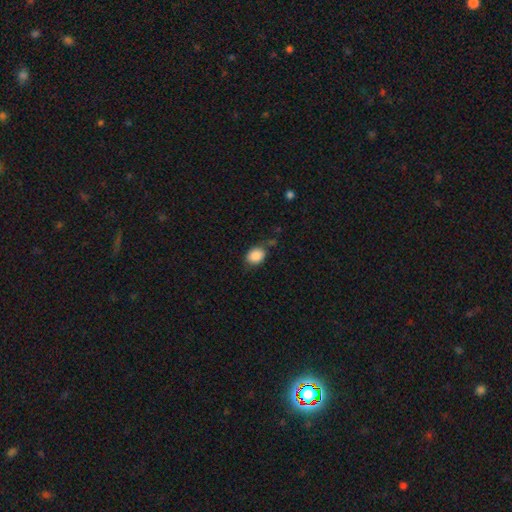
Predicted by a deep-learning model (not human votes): The model was most divided on "how rounded": in between: 61%, round: 38%, cigar-shaped: 1%. More confident: smooth or featured — smooth (87%); merging — none (68%).